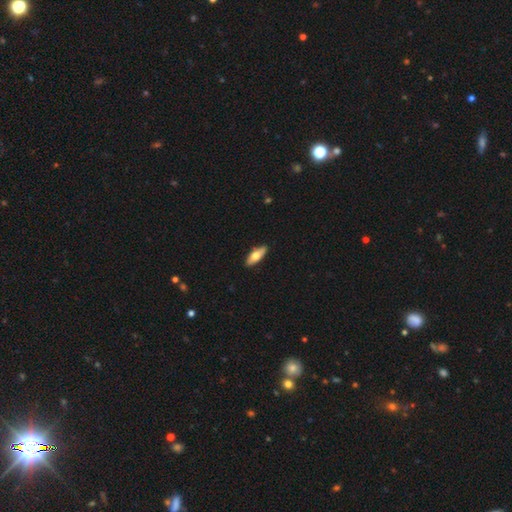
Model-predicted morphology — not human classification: Smooth or featured: smooth — 59% (featured or disk — 35%)
How rounded: in between — 62% (cigar-shaped — 35%)
Merging: none — 88% (minor disturbance — 9%)